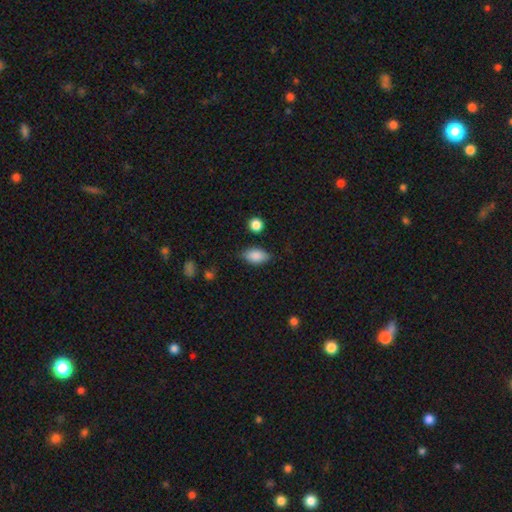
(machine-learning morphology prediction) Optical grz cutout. It shows a smooth galaxy with no disk features (86%) that is in between round and cigar-shaped (90%). Merging: none (77%).